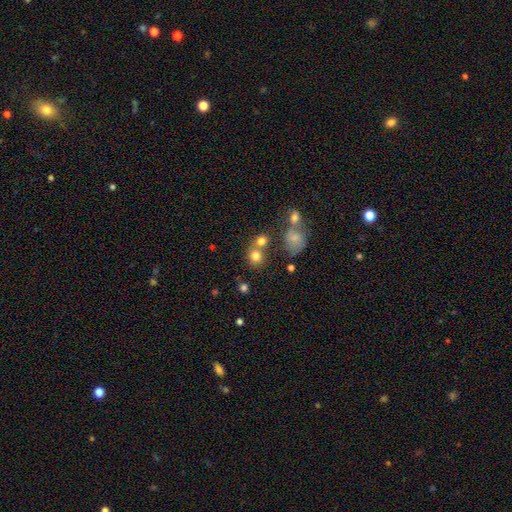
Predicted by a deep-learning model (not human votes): A smooth galaxy with no disk features (76%) that is round (79%).

Vote fractions:
- Smooth or featured? smooth: 76% / star or artifact: 14% / featured or disk: 9%
- How rounded? round: 79% / in between: 20% / cigar-shaped: 1%
- Merging? none: 52% / merger: 34% / minor disturbance: 9% / major disturbance: 5%